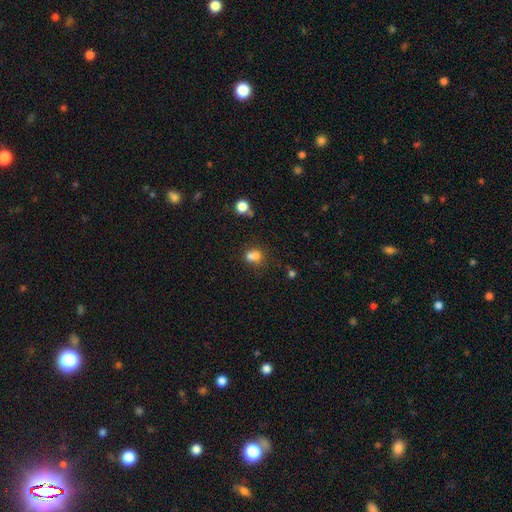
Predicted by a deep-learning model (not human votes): Overall: smooth (74%). How rounded: in between (51%; round 47%). Merging: merger (39%, tied with none).